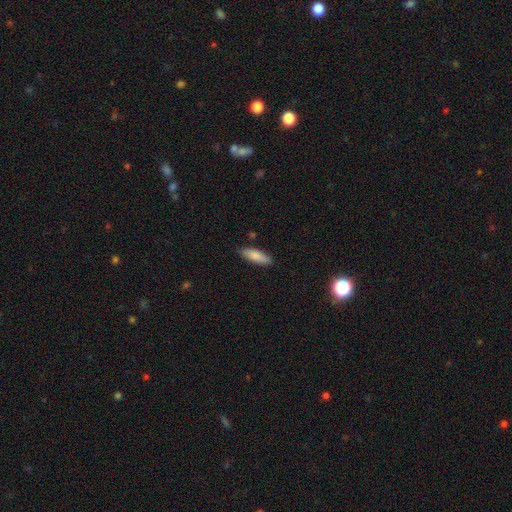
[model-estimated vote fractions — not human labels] Smooth or featured: smooth — 84% (featured or disk — 10%)
How rounded: in between — 56% (cigar-shaped — 42%)
Merging: none — 85% (minor disturbance — 12%)